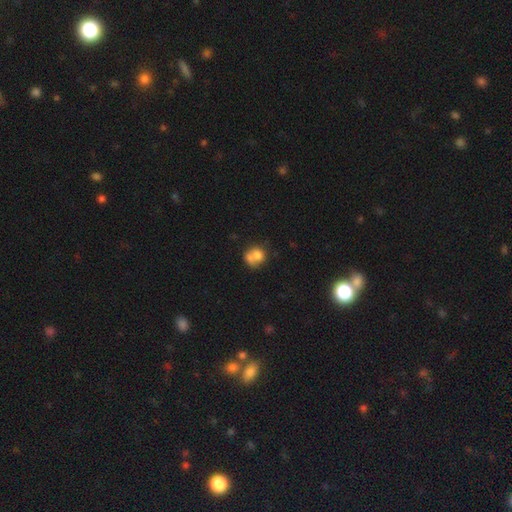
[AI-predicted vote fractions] Smooth or featured? Predicted: smooth (p=0.70). How rounded? Predicted: round (p=0.69). Merging? Predicted: merger (p=0.50).